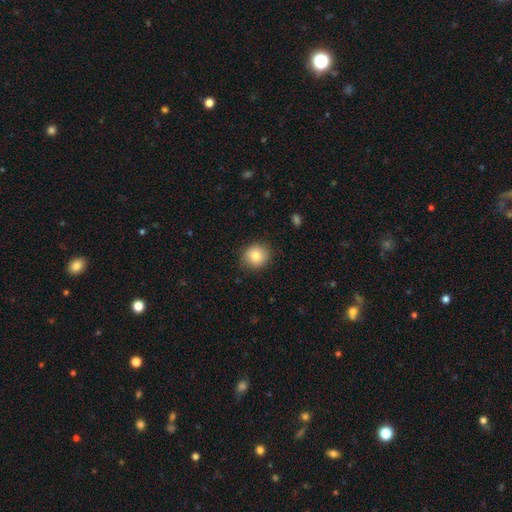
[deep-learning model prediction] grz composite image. It shows a smooth galaxy with no disk features (81%) that is round (86%). Merging: none (87%).